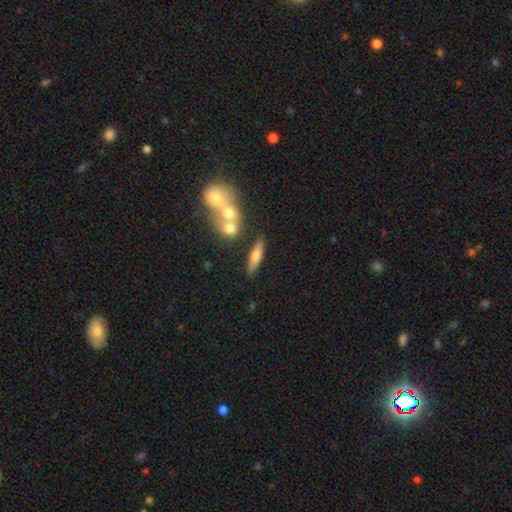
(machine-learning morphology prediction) smooth_or_featured: smooth (p=0.59) [alt: featured or disk p=0.33]
how_rounded: cigar-shaped (p=0.64) [alt: in between p=0.32]
merging: none (p=0.71) [alt: merger p=0.15]